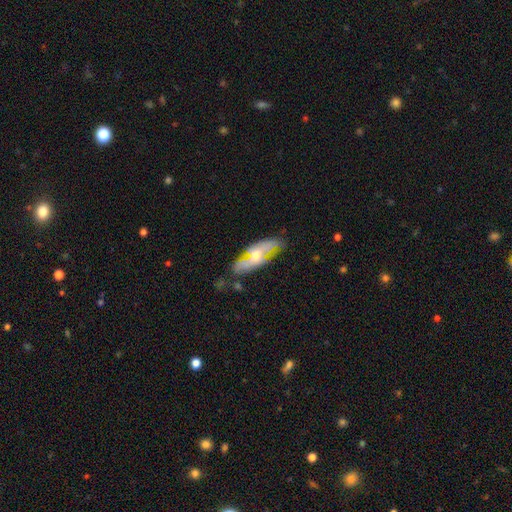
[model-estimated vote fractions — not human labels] smooth-or-featured: featured or disk: 61% | smooth: 33% | star or artifact: 6%
  disk-edge-on: no: 59% | yes: 41%
  merging: none: 61% | minor disturbance: 25% | major disturbance: 8% | merger: 6%